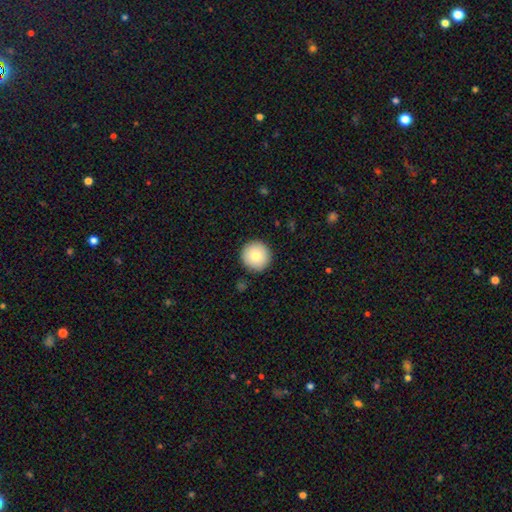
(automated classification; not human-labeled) Q: Smooth or featured?
A: smooth (81%); runner-up: featured or disk (11%)
Q: How rounded?
A: round (96%); runner-up: in between (3%)
Q: Merging?
A: none (92%); runner-up: minor disturbance (6%)